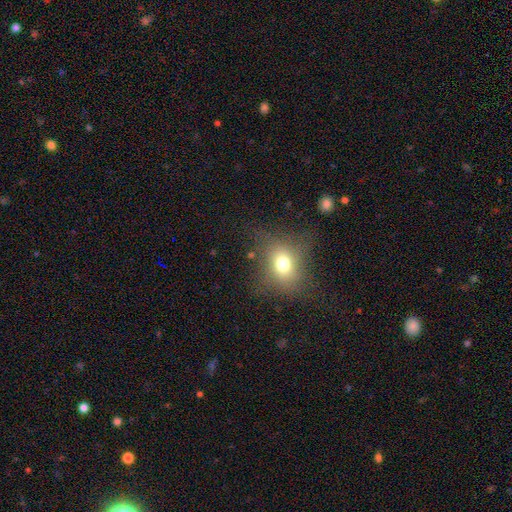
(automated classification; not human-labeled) Smooth or featured?
  - smooth: 54% *
  - star or artifact: 32%
  - featured or disk: 15%
How rounded?
  - round: 71% *
  - in between: 27%
  - cigar-shaped: 2%
Merging?
  - none: 74% *
  - minor disturbance: 16%
  - major disturbance: 7%
  - merger: 3%